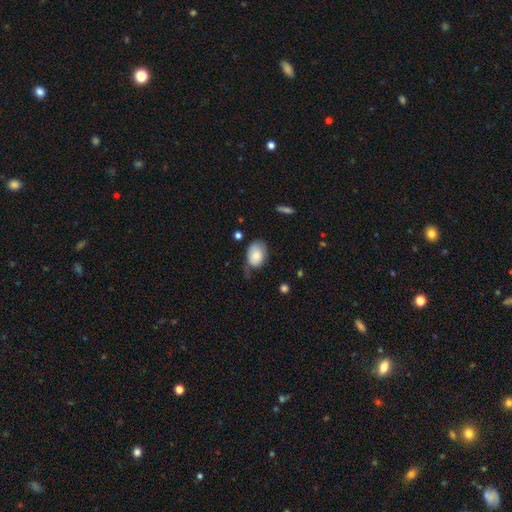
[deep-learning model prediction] Smooth or featured: smooth — 79% (featured or disk — 14%)
How rounded: in between — 80% (round — 19%)
Merging: none — 46% (minor disturbance — 37%)